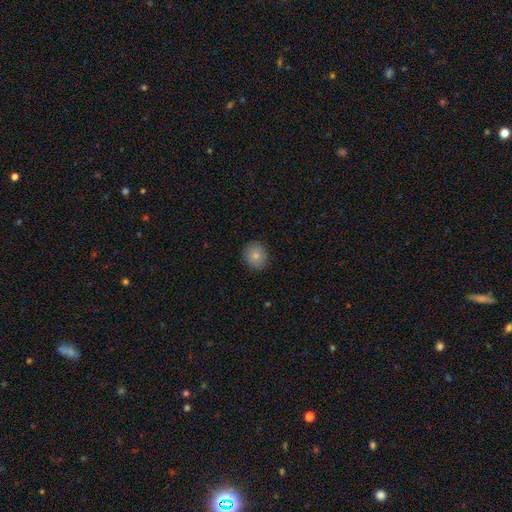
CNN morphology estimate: A smooth galaxy with no disk features (82%) that is round (84%).

Vote fractions:
- Smooth or featured? smooth: 82% / star or artifact: 9% / featured or disk: 9%
- How rounded? round: 84% / in between: 15% / cigar-shaped: 1%
- Merging? none: 89% / minor disturbance: 8% / major disturbance: 2% / merger: 1%